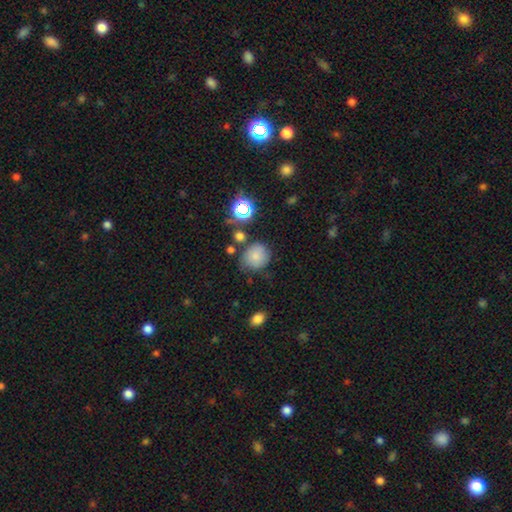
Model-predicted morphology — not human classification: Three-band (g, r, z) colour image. It shows a smooth galaxy with no disk features (75%) that is round (80%). Merging: none (65%).